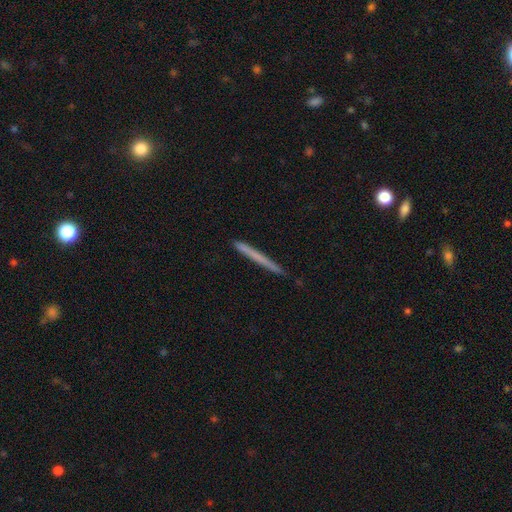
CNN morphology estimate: Smooth or featured: smooth — 57% (featured or disk — 37%)
How rounded: cigar-shaped — 97% (in between — 1%)
Merging: none — 90% (minor disturbance — 7%)